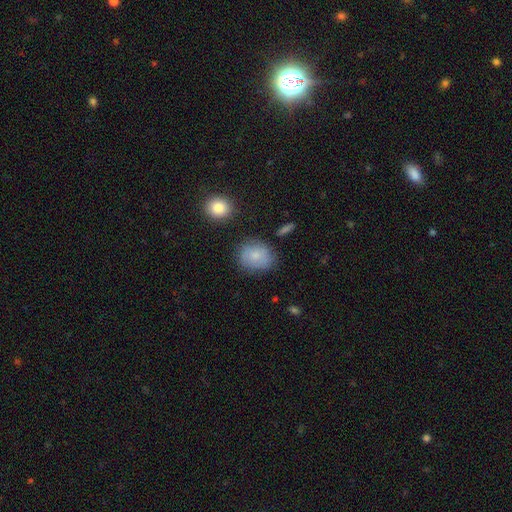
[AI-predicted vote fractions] Smooth or featured? Predicted: smooth (p=0.77). How rounded? Predicted: round (p=0.63). Merging? Predicted: none (p=0.73).